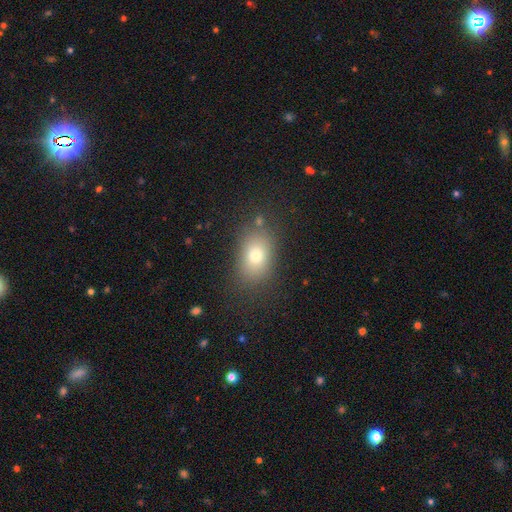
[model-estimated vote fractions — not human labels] Smooth or featured? smooth (73%)
How rounded? in between (74%)
Merging? none (80%)